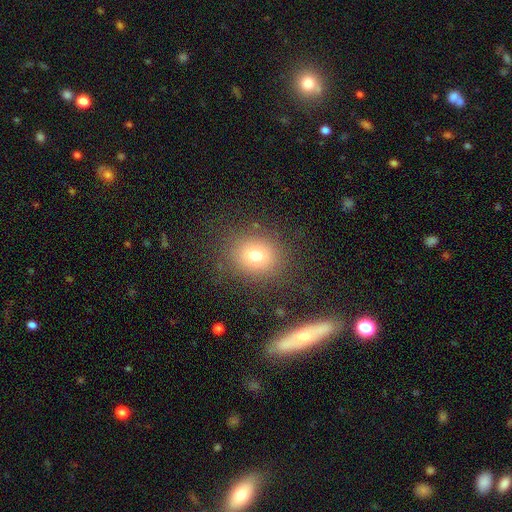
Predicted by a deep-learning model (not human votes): Smooth or featured? Predicted: smooth (p=0.73). How rounded? Predicted: round (p=0.71). Merging? Predicted: none (p=0.83).